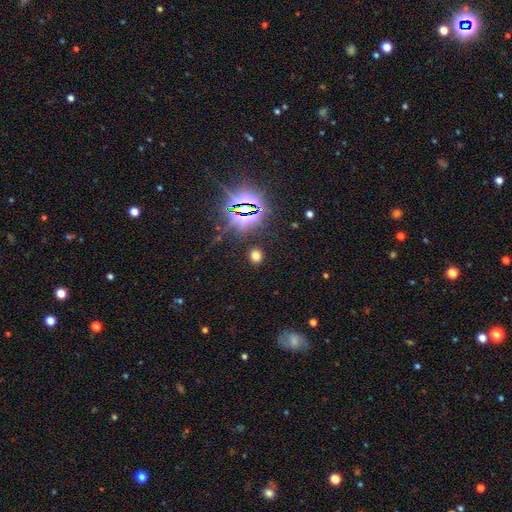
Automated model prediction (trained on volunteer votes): Smooth or featured? Predicted: smooth (p=0.64). How rounded? Predicted: round (p=0.69). Merging? Predicted: none (p=0.88).